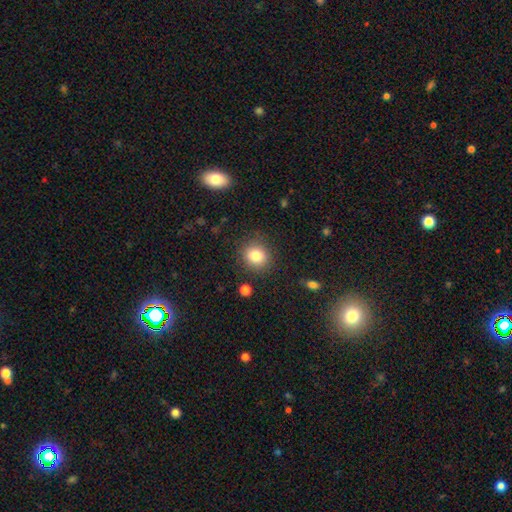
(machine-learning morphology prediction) A smooth galaxy with no disk features (83%) that is round (80%).

Vote fractions:
- Smooth or featured? smooth: 83% / star or artifact: 10% / featured or disk: 6%
- How rounded? round: 80% / in between: 19% / cigar-shaped: 1%
- Merging? none: 85% / minor disturbance: 9% / major disturbance: 3% / merger: 2%